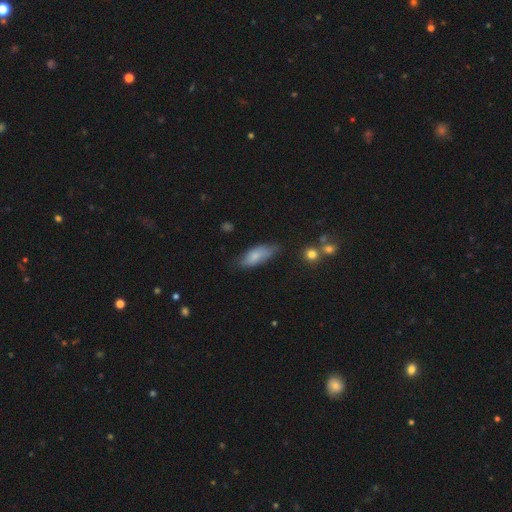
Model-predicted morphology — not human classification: The model was most divided on "merging": none: 60%, minor disturbance: 31%, major disturbance: 6%, merger: 3%. More confident: smooth or featured — smooth (76%); how rounded — in between (75%).